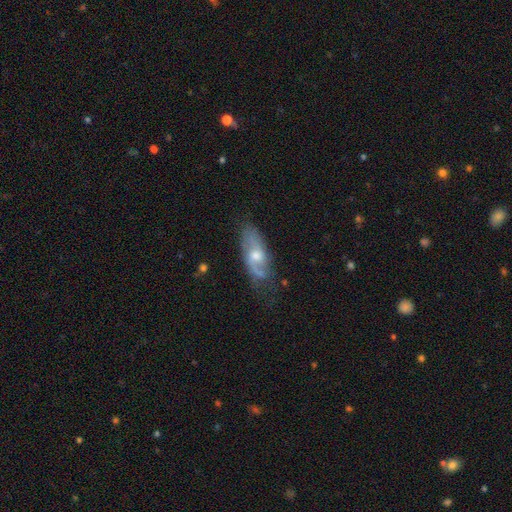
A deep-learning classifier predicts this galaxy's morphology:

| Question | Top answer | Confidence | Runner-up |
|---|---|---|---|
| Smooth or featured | featured or disk | 67% | smooth (26%) |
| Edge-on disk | no | 86% | yes (14%) |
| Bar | no | 57% | weak (37%) |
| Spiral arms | yes | 83% | no (17%) |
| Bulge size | moderate | 65% | small (24%) |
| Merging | none | 62% | minor disturbance (26%) |